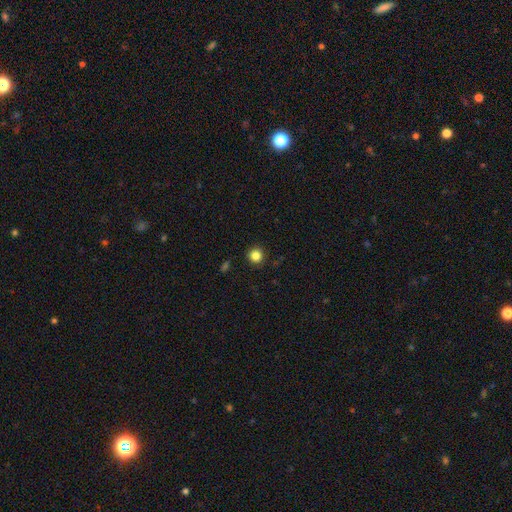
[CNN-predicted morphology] Q: Smooth or featured?
A: smooth (84%); runner-up: star or artifact (12%)
Q: How rounded?
A: round (94%); runner-up: in between (5%)
Q: Merging?
A: none (91%); runner-up: minor disturbance (6%)